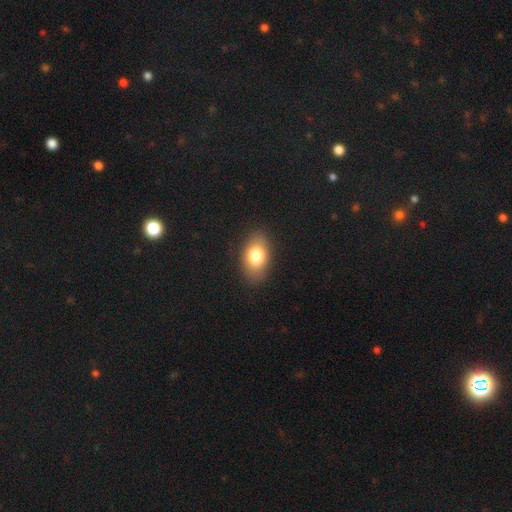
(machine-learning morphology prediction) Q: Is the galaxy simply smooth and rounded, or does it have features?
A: smooth — 77%.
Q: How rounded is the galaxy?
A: in between — 86%.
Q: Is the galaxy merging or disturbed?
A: none — 87%.